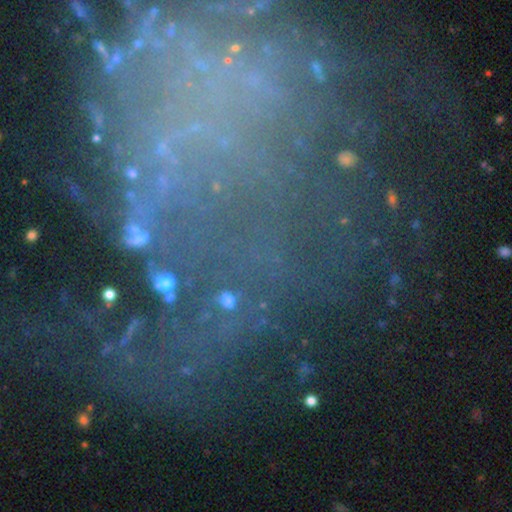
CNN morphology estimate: smooth_or_featured: star or artifact (p=0.53) [alt: featured or disk p=0.28]